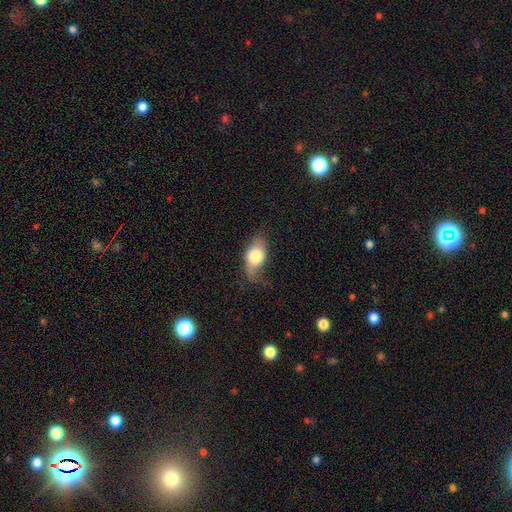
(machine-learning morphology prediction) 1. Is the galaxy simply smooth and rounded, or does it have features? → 70% smooth, 23% featured or disk, 7% star or artifact.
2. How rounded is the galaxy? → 82% in between, 14% round, 4% cigar-shaped.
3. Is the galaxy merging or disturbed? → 41% none, 36% minor disturbance, 20% major disturbance, 2% merger.